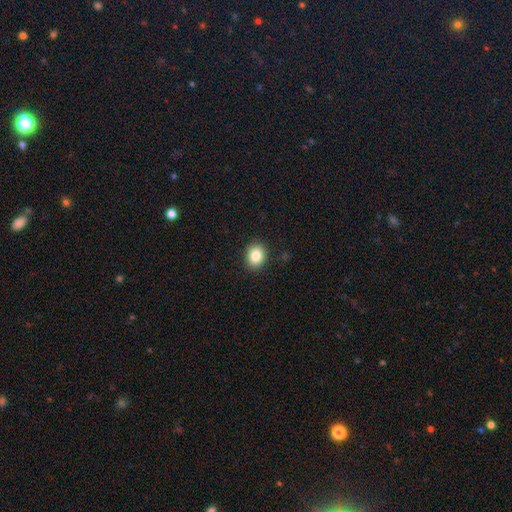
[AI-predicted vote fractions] A smooth galaxy with no disk features (85%) that is round (58%). Merging: none (90%).